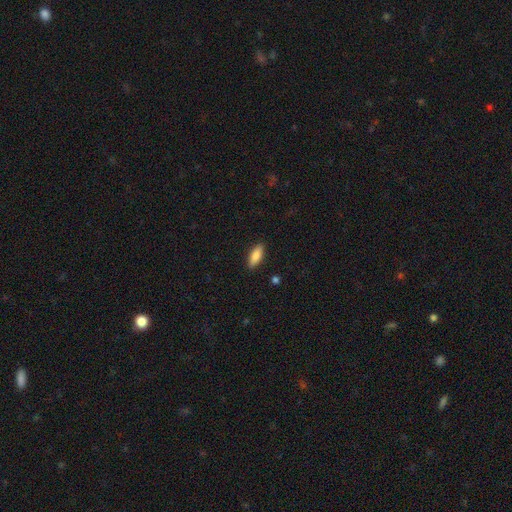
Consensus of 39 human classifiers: smooth_or_featured: smooth (p=0.82) [alt: featured or disk p=0.13]
how_rounded: in between (p=0.72) [alt: cigar-shaped p=0.28]
merging: none (p=0.89) [alt: minor disturbance p=0.05]